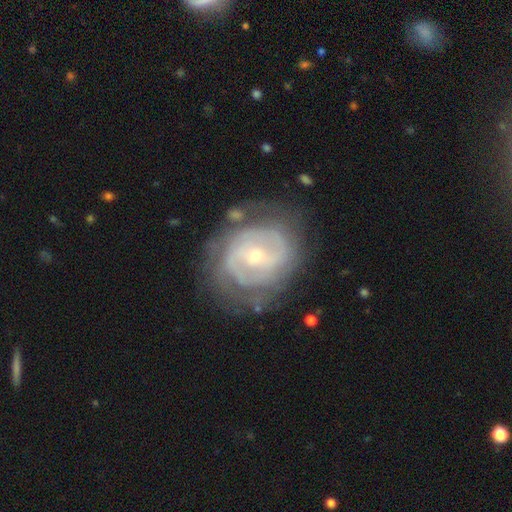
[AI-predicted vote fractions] Smooth or featured? Predicted: featured or disk (p=0.80). Edge-on disk? Predicted: no (p=0.97). Bar? Predicted: no (p=0.46). Spiral arms? Predicted: yes (p=0.83). Spiral winding? Predicted: tight (p=0.58). Spiral arm count? Predicted: 2 (p=0.42). Bulge size? Predicted: small (p=0.67). Merging? Predicted: none (p=0.67).